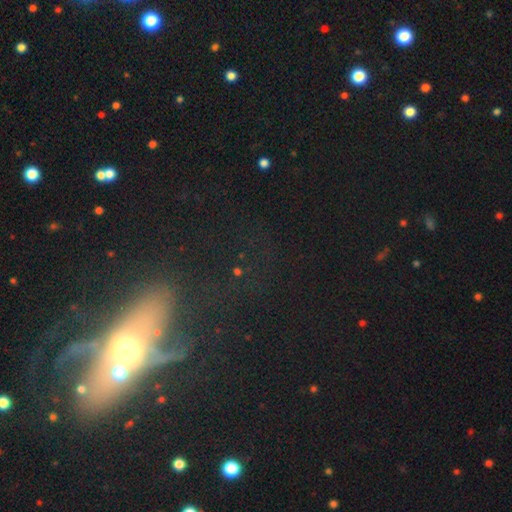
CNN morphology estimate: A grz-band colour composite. It shows a star or artifact, not a galaxy (39%).